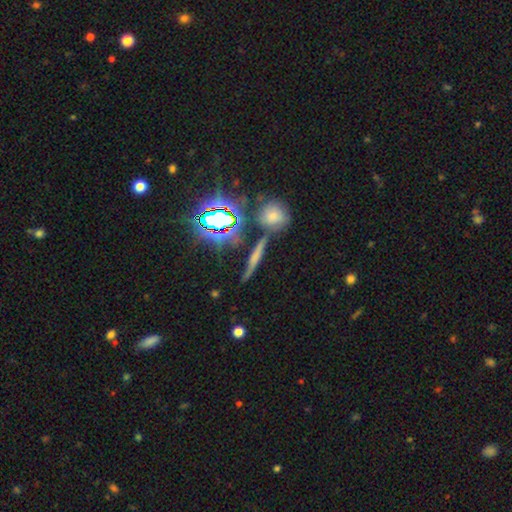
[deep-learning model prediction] Morphology: type=smooth (38%); merging=none (76%).